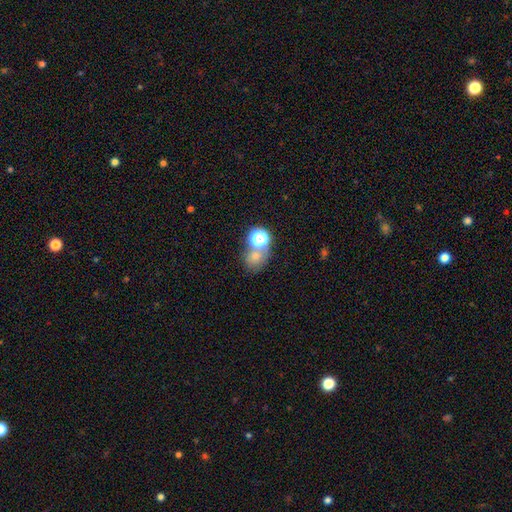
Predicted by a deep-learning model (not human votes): Smooth or featured? smooth (66%)
How rounded? round (67%)
Merging? none (46%)